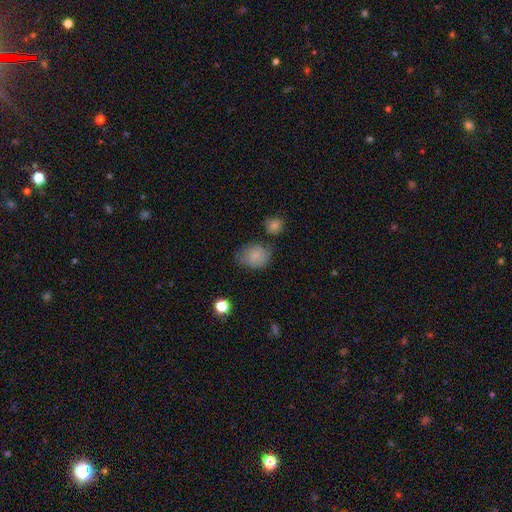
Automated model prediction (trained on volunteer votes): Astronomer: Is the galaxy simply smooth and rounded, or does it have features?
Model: smooth — 77%.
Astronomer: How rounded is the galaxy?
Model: in between — 60% (runner-up: round, 39%).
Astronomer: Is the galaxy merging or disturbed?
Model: none — 55%.